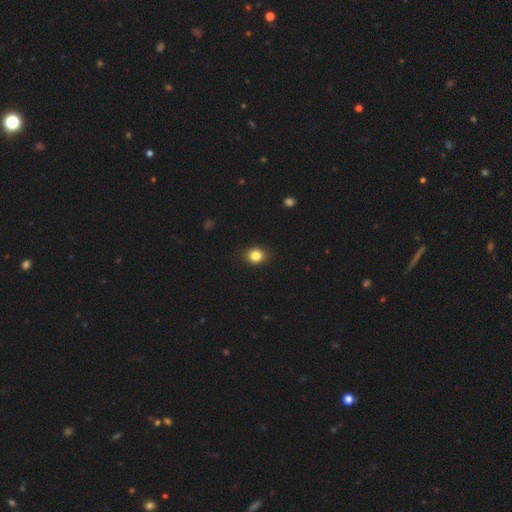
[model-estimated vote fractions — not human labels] A smooth galaxy with no disk features (83%) that is round (60%). Merging: none (88%).